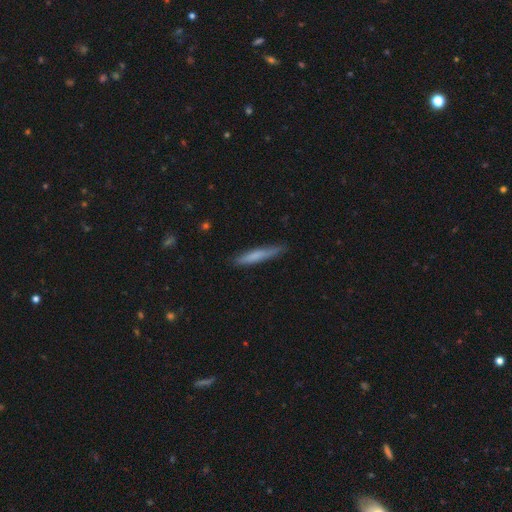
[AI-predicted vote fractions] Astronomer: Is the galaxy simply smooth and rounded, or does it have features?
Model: smooth — 70%.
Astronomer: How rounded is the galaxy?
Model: cigar-shaped — 93%.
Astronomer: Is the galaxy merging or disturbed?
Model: none — 80%.